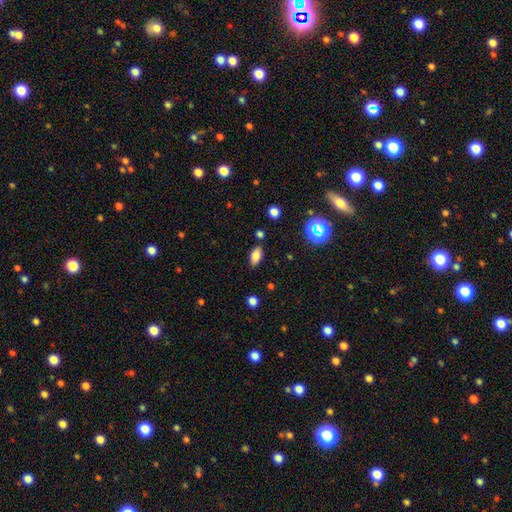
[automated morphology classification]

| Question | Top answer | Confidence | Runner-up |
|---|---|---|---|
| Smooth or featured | smooth | 79% | star or artifact (12%) |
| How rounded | in between | 90% | round (6%) |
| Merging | none | 83% | minor disturbance (11%) |